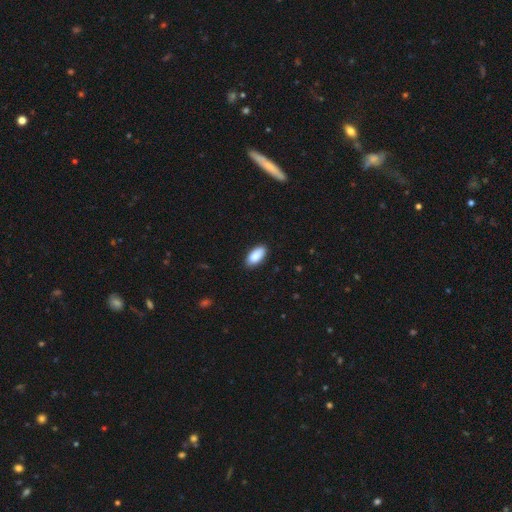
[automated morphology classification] smooth_or_featured: smooth (p=0.90) [alt: star or artifact p=0.06]
how_rounded: in between (p=0.92) [alt: cigar-shaped p=0.06]
merging: none (p=0.87) [alt: minor disturbance p=0.10]